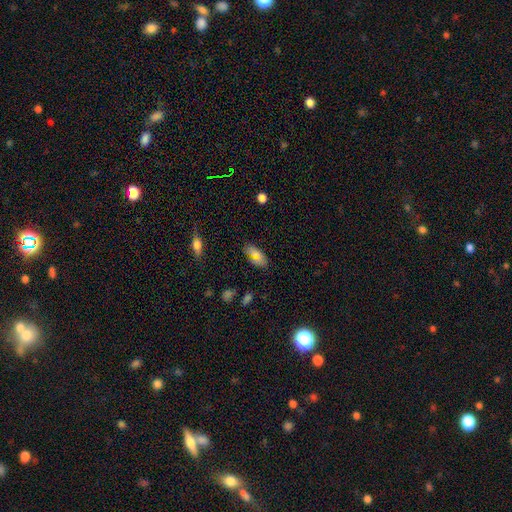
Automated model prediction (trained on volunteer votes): Smooth or featured? Predicted: smooth (p=0.73). How rounded? Predicted: in between (p=0.89). Merging? Predicted: none (p=0.78).